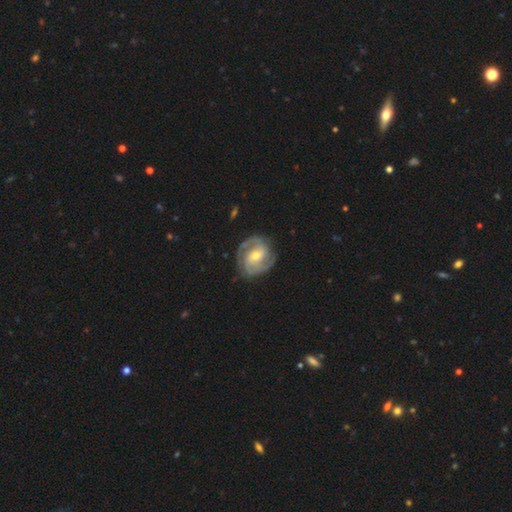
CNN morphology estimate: type=featured or disk (88%); edge-on=no (98%); bar=no (43%); spiral arms=yes (97%); winding=tight (50%); arm count=2 (70%); bulge=moderate (59%); merging=none (80%).